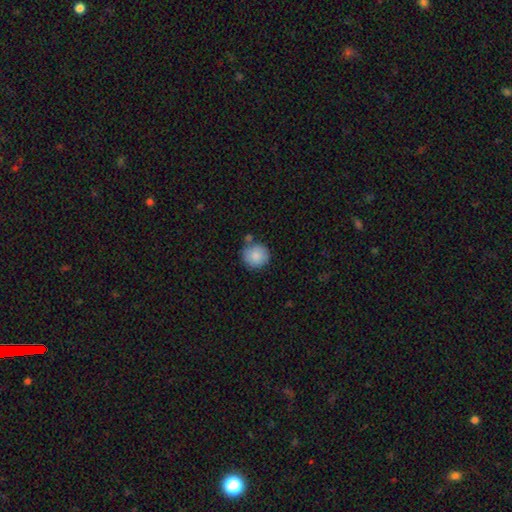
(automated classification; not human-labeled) Overall: smooth (87%). How rounded: round (92%). Merging: none (70%).